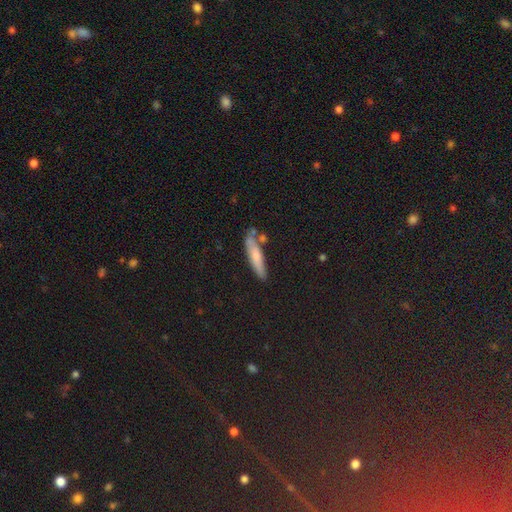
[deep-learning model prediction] smooth_or_featured: smooth (p=0.69) [alt: featured or disk p=0.21]
how_rounded: cigar-shaped (p=0.81) [alt: in between p=0.16]
merging: none (p=0.69) [alt: minor disturbance p=0.17]